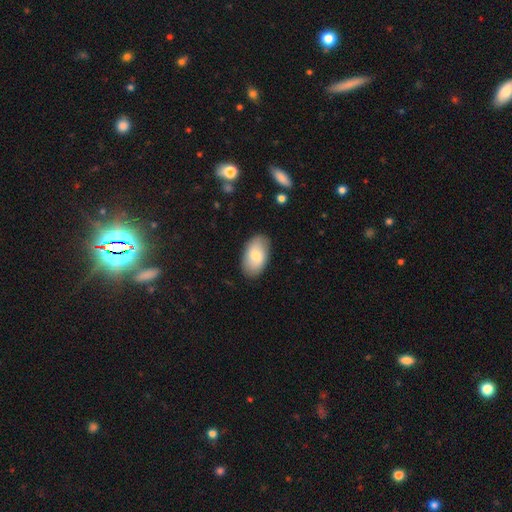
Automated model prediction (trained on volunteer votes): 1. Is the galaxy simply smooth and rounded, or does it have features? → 75% smooth, 19% featured or disk, 6% star or artifact.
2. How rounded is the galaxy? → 94% in between, 5% round, 1% cigar-shaped.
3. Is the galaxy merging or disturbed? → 85% none, 11% minor disturbance, 3% major disturbance, 1% merger.